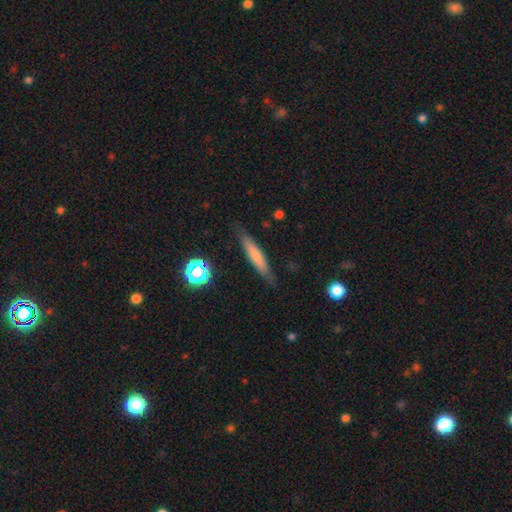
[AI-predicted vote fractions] Overall: smooth (64%; featured or disk 27%). How rounded: cigar-shaped (89%). Merging: none (82%).